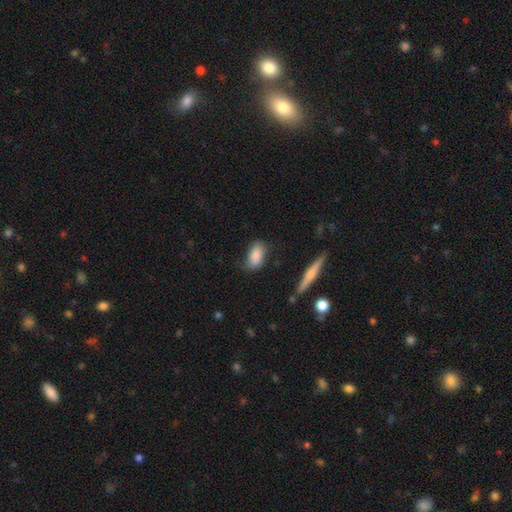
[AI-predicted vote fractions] The model was most divided on "merging": none: 68%, minor disturbance: 24%, major disturbance: 5%, merger: 3%. More confident: how rounded — in between (89%); smooth or featured — smooth (84%).